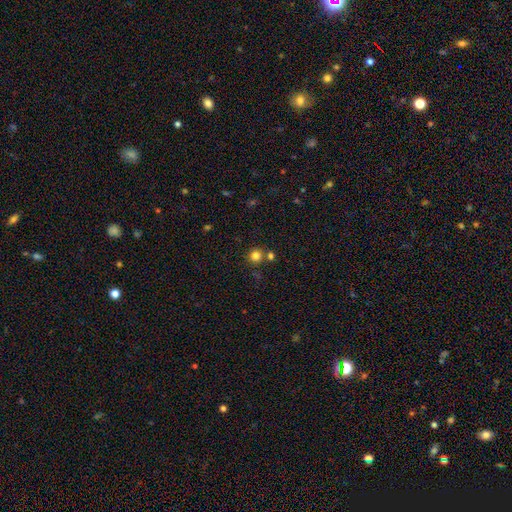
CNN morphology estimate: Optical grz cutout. It shows a smooth galaxy with no disk features (80%) that is round (92%). Merging: none (75%).